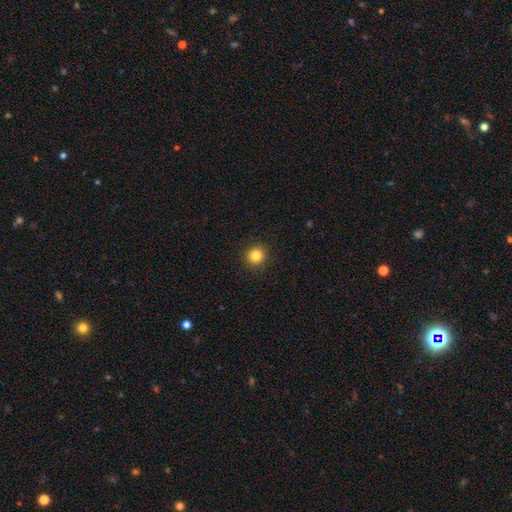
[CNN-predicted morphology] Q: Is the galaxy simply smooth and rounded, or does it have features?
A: smooth — 84%.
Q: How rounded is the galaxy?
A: round — 92%.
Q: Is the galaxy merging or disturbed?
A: none — 92%.